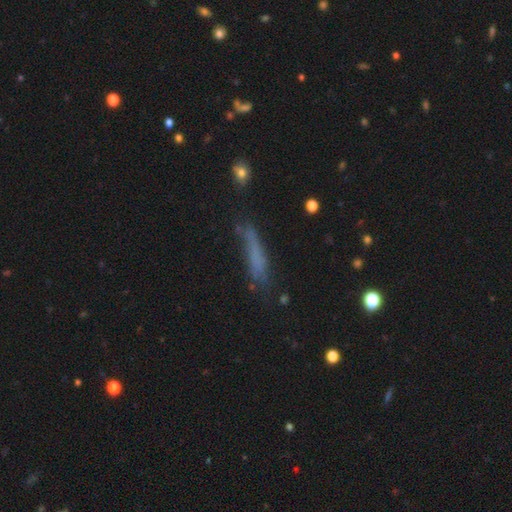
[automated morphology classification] A smooth galaxy with no disk features (59%) that is cigar-shaped (79%).

Vote fractions:
- Smooth or featured? smooth: 59% / featured or disk: 24% / star or artifact: 17%
- How rounded? cigar-shaped: 79% / in between: 19% / round: 3%
- Merging? none: 49% / minor disturbance: 28% / major disturbance: 18% / merger: 5%